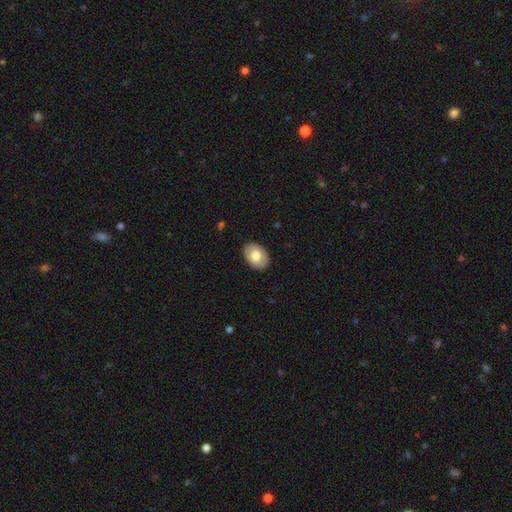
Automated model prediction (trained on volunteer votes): This is likely a smooth galaxy (70%). How rounded: clearly in between (84%). Merging: clearly none (87%).